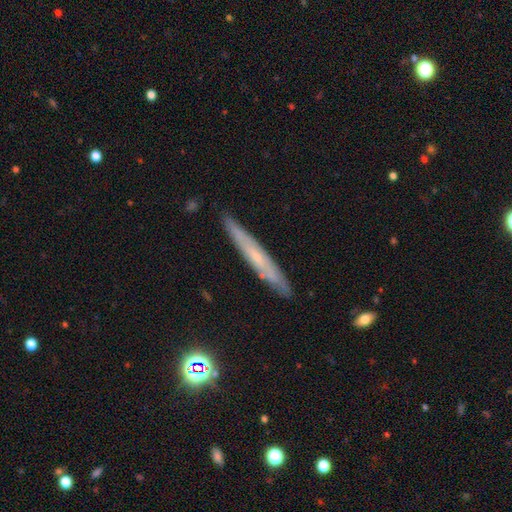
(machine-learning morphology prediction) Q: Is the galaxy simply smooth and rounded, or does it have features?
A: featured or disk — 57%.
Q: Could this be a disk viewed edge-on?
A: yes — 83%.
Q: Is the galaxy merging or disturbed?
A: none — 87%.